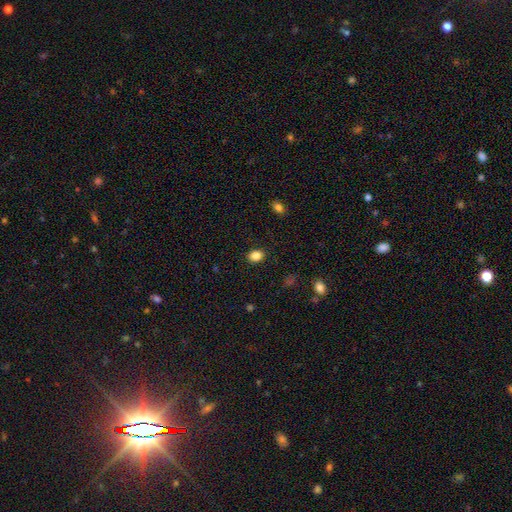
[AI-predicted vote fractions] This is clearly a smooth galaxy (85%). How rounded: likely in between (61%). Merging: clearly none (88%).